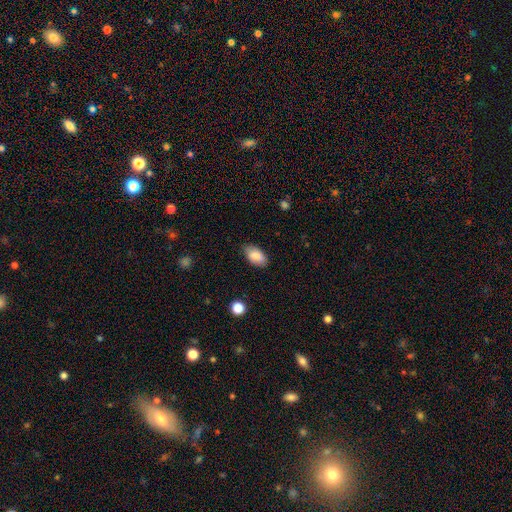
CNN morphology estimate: Overall: smooth (86%). How rounded: in between (94%). Merging: none (79%).